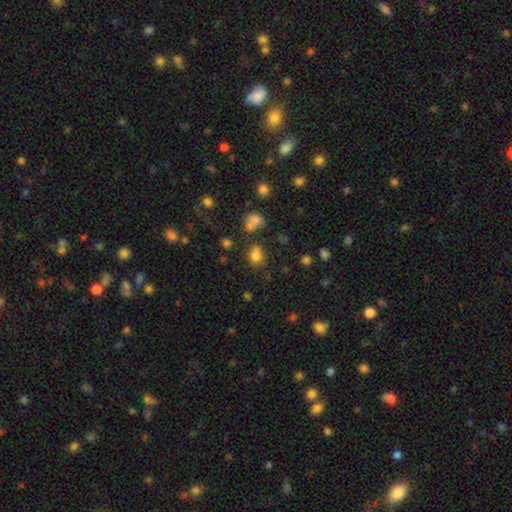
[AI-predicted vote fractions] Smooth or featured: smooth — 76% (star or artifact — 16%)
How rounded: round — 54% (in between — 45%)
Merging: none — 61% (minor disturbance — 17%)